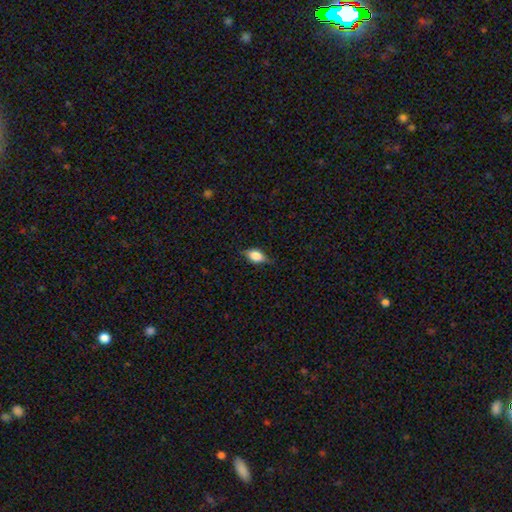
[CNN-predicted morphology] smooth 66%, featured or disk 25%, star or artifact 9%. Down the decision tree: how rounded — in between (80%); merging — none (74%).